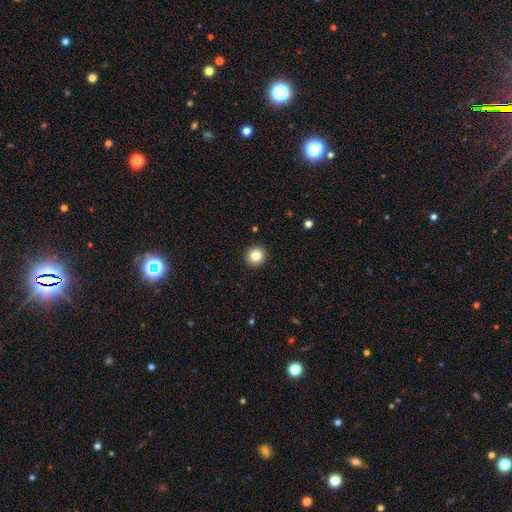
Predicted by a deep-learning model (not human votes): A smooth galaxy with no disk features (85%) that is round (94%).

Vote fractions:
- Smooth or featured? smooth: 85% / star or artifact: 10% / featured or disk: 5%
- How rounded? round: 94% / in between: 5% / cigar-shaped: 1%
- Merging? none: 93% / minor disturbance: 5% / major disturbance: 2% / merger: 1%